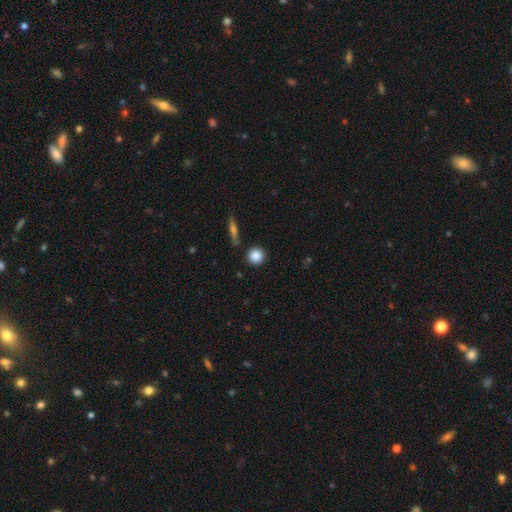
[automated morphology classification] smooth-or-featured: smooth: 86% | star or artifact: 9% | featured or disk: 5%
  how-rounded: round: 93% | in between: 6% | cigar-shaped: 1%
  merging: none: 87% | minor disturbance: 8% | merger: 3% | major disturbance: 2%